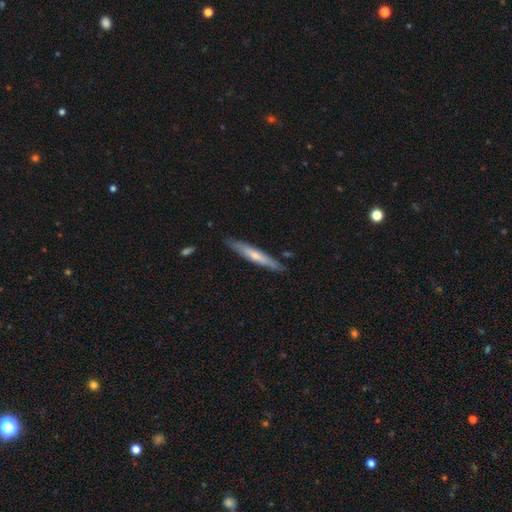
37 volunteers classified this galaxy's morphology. A featured or disk galaxy (59%) viewed edge-on (91%) with no central bulge (55%). Merging: none (97%).